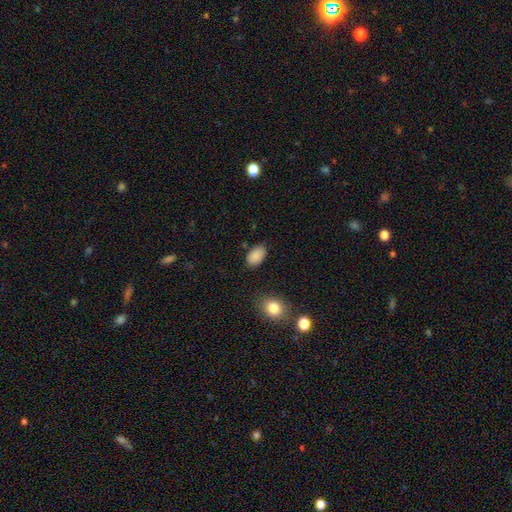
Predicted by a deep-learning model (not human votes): Morphology: type=smooth (89%); roundness=in between (92%); merging=none (84%).